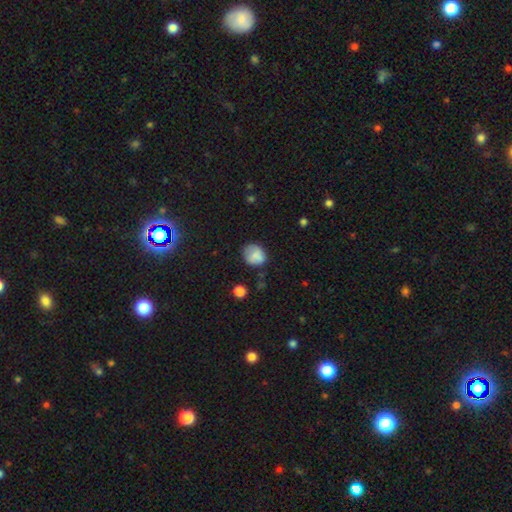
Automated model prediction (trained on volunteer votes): Smooth or featured? smooth (76%)
How rounded? round (67%)
Merging? none (60%)